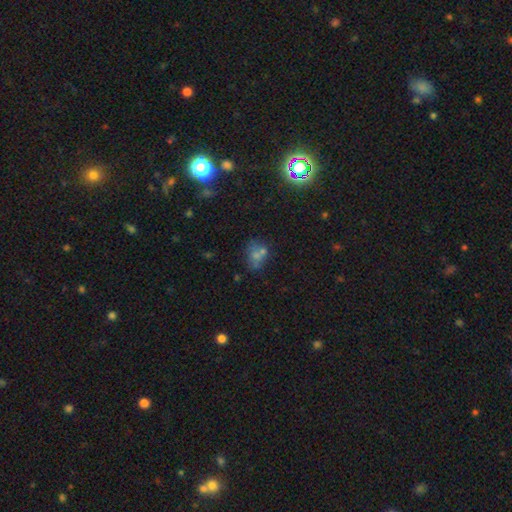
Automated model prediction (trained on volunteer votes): A smooth galaxy with no disk features (45%). Merging: none (51%).